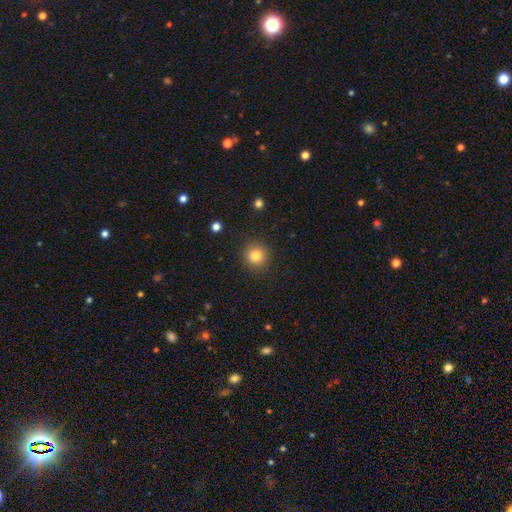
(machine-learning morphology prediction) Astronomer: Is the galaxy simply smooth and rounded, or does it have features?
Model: smooth — 82%.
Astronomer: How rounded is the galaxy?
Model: round — 94%.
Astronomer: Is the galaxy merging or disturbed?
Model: none — 90%.